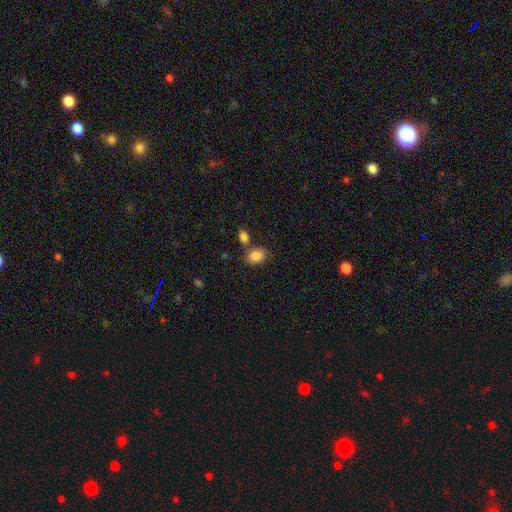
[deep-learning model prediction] Smooth or featured: smooth — 87% (star or artifact — 8%)
How rounded: in between — 69% (round — 30%)
Merging: none — 64% (merger — 19%)